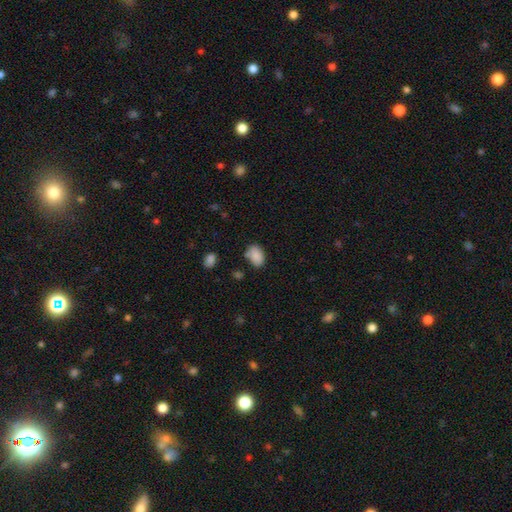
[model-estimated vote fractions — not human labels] A smooth galaxy with no disk features (86%) that is in between round and cigar-shaped (84%).

Vote fractions:
- Smooth or featured? smooth: 86% / star or artifact: 9% / featured or disk: 5%
- How rounded? in between: 84% / round: 15% / cigar-shaped: 1%
- Merging? none: 67% / minor disturbance: 21% / merger: 7% / major disturbance: 5%